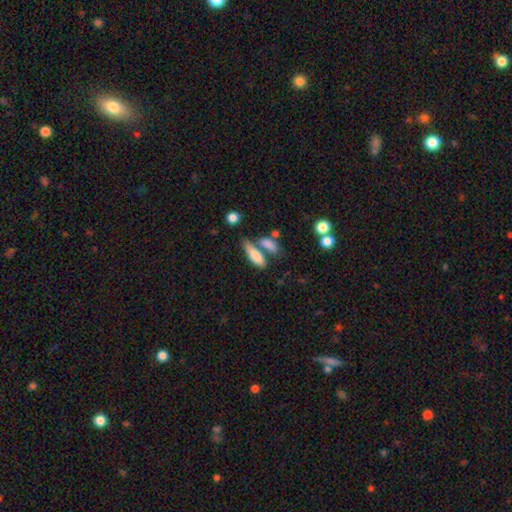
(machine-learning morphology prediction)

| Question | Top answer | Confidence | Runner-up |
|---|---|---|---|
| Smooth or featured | smooth | 78% | featured or disk (14%) |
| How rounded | in between | 54% | cigar-shaped (43%) |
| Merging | none | 43% | merger (35%) |